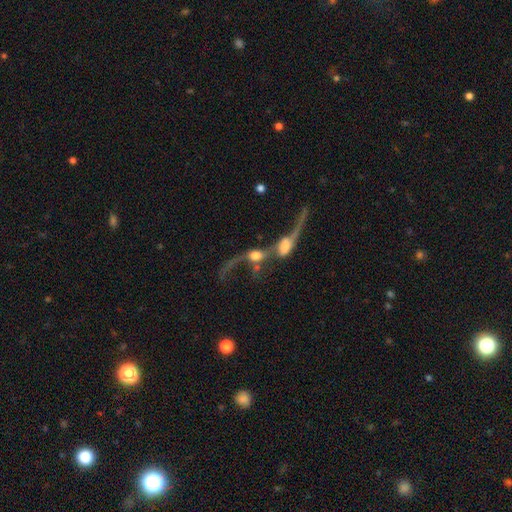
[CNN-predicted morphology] Smooth or featured? Predicted: featured or disk (p=0.59). Edge-on disk? Predicted: no (p=0.80). Merging? Predicted: merger (p=0.79).